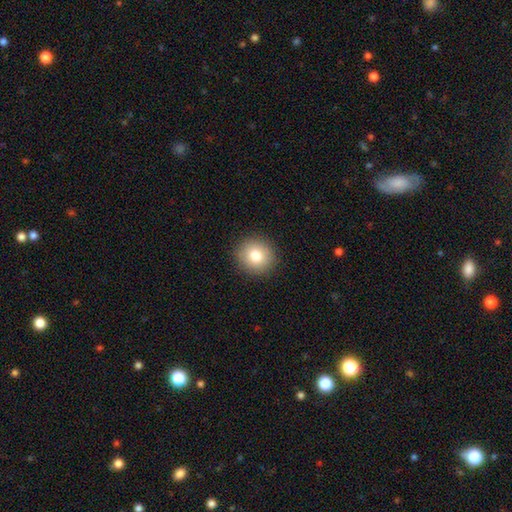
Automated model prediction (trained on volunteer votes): This appears to be a smooth galaxy with no disk features (81%) that is round (92%). Merging: none (92%).